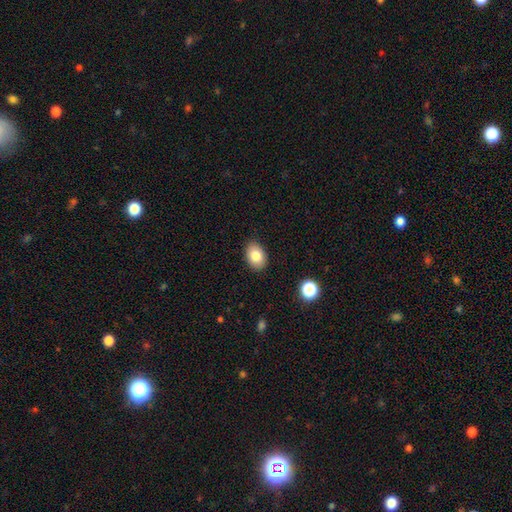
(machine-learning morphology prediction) Q: Smooth or featured?
A: smooth (82%); runner-up: star or artifact (9%)
Q: How rounded?
A: in between (77%); runner-up: round (22%)
Q: Merging?
A: none (88%); runner-up: minor disturbance (9%)